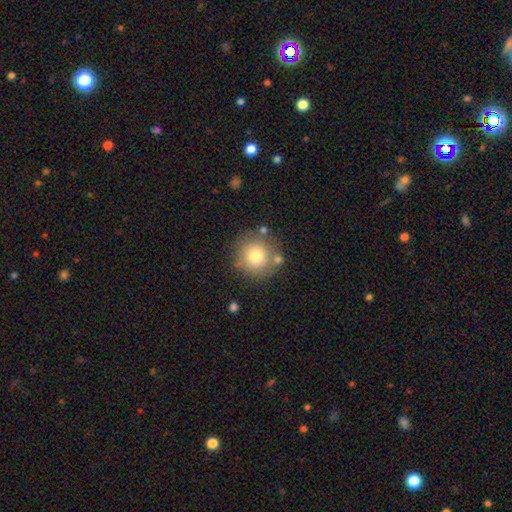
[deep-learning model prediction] The model was most divided on "smooth or featured": smooth: 75%, featured or disk: 14%, star or artifact: 11%. More confident: how rounded — round (93%); merging — none (76%).